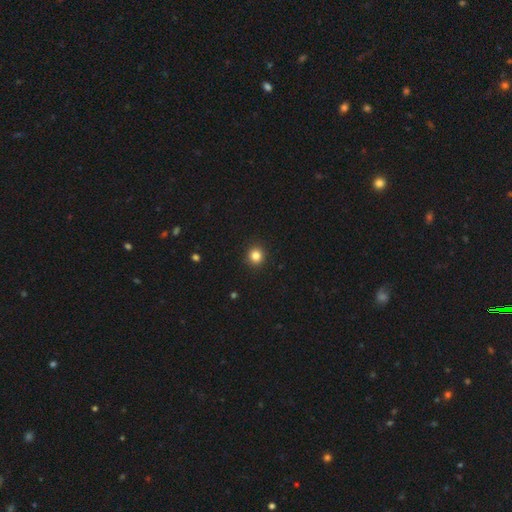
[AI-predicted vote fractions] Smooth or featured? Predicted: smooth (p=0.84). How rounded? Predicted: round (p=0.92). Merging? Predicted: none (p=0.93).